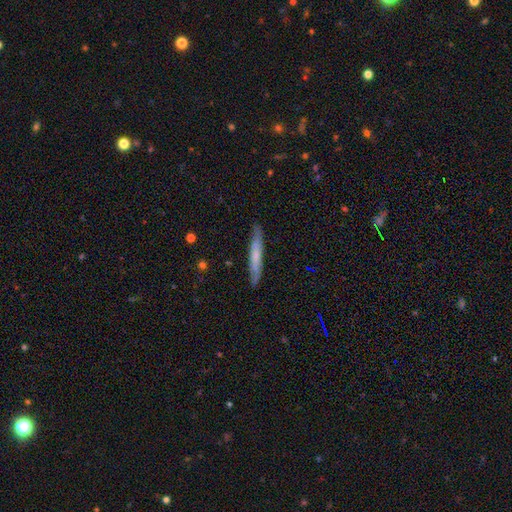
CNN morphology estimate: This appears to be a smooth galaxy with no disk features (51%) that is cigar-shaped (95%). Merging: none (86%).